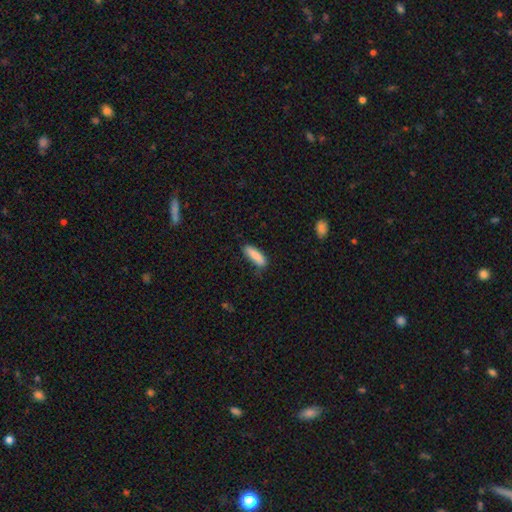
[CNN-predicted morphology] A smooth galaxy with no disk features (87%) that is cigar-shaped (49%, tied with in between).

Vote fractions:
- Smooth or featured? smooth: 87% / featured or disk: 7% / star or artifact: 6%
- How rounded? cigar-shaped: 49% (tied) / in between: 49% (tied) / round: 2%
- Merging? none: 73% / minor disturbance: 22% / major disturbance: 4% / merger: 2%